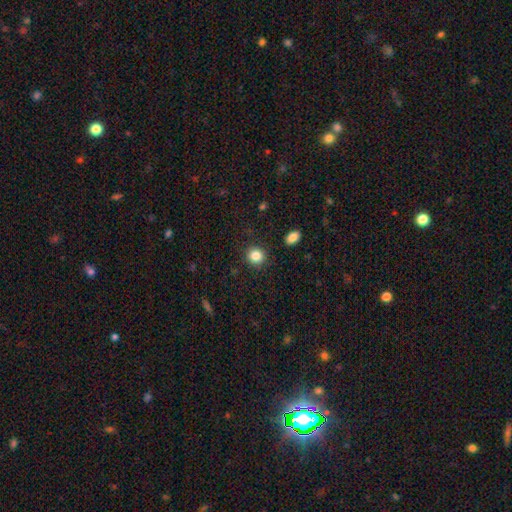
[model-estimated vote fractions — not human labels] smooth_or_featured: smooth (p=0.85) [alt: star or artifact p=0.10]
how_rounded: round (p=0.87) [alt: in between p=0.12]
merging: none (p=0.89) [alt: minor disturbance p=0.07]